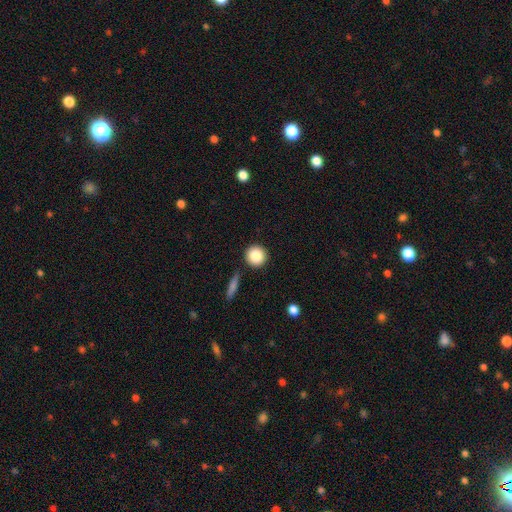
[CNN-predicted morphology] A smooth galaxy with no disk features (85%) that is round (93%). Merging: none (88%).